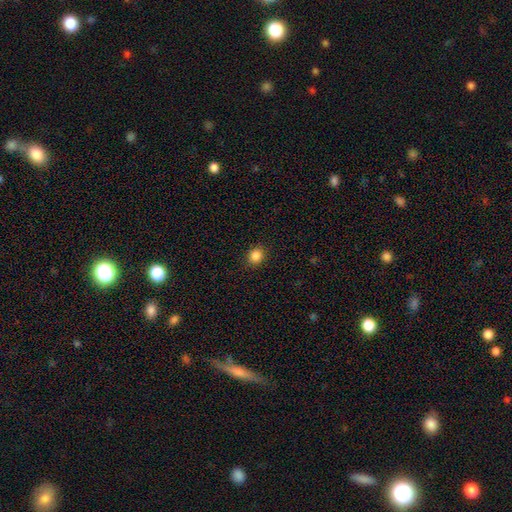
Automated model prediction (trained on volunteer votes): This is clearly a smooth galaxy (85%). How rounded: likely round (74%). Merging: clearly none (90%).